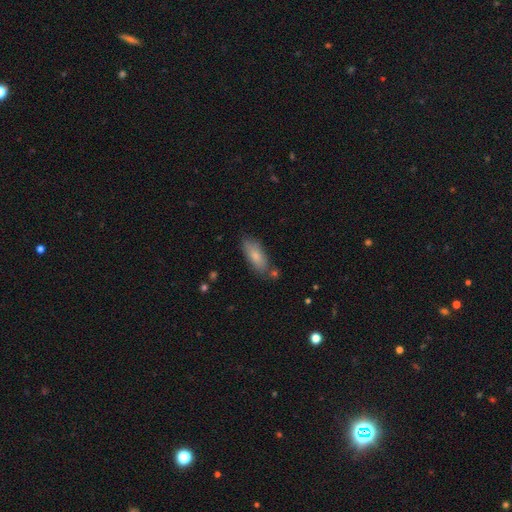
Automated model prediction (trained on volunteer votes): Q: Smooth or featured?
A: smooth (78%); runner-up: featured or disk (16%)
Q: How rounded?
A: in between (75%); runner-up: cigar-shaped (23%)
Q: Merging?
A: none (75%); runner-up: minor disturbance (16%)